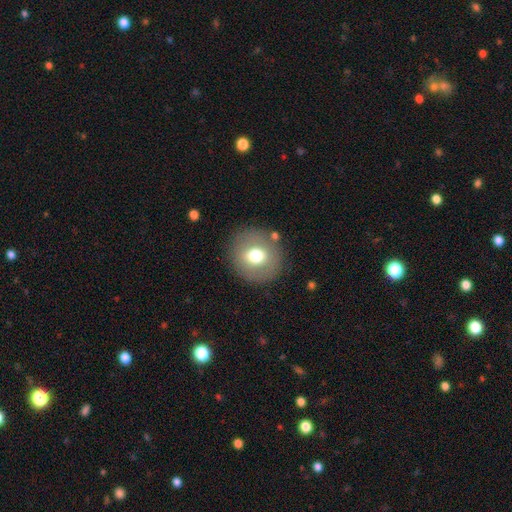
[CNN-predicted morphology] This is likely a smooth galaxy (67%). How rounded: clearly round (90%). Merging: clearly none (85%).